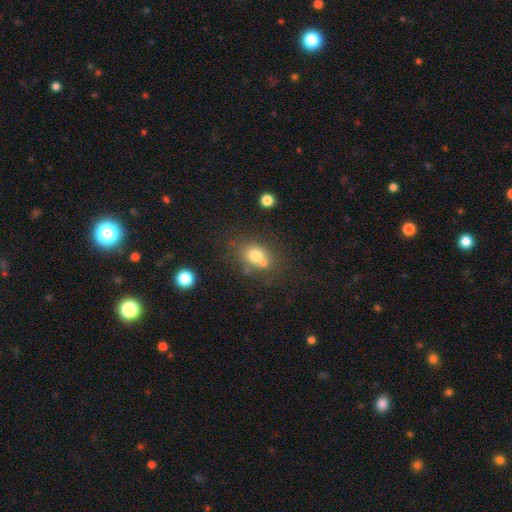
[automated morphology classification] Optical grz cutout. It shows a smooth galaxy with no disk features (73%) that is round (59%). Merging: none (52%).